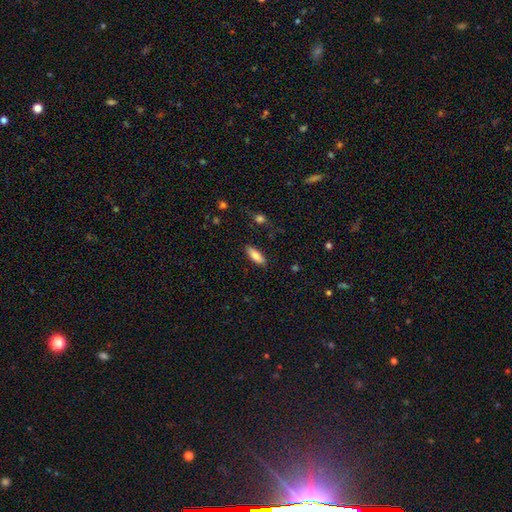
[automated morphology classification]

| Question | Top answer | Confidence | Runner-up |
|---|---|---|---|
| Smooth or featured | smooth | 81% | featured or disk (13%) |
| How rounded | in between | 68% | cigar-shaped (30%) |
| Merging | none | 86% | minor disturbance (10%) |